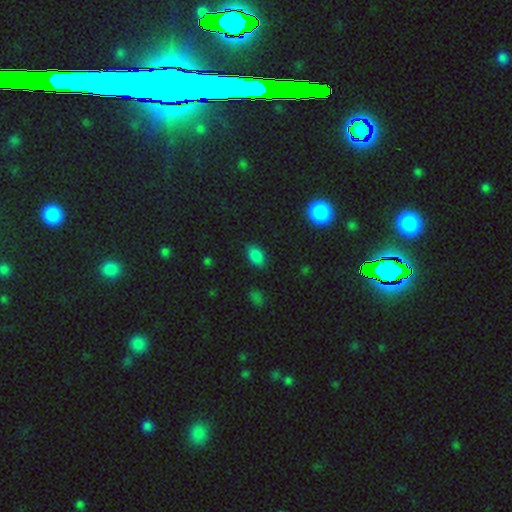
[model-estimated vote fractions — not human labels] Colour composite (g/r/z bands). It shows a smooth galaxy with no disk features (83%) that is in between round and cigar-shaped (88%). Merging: none (83%).